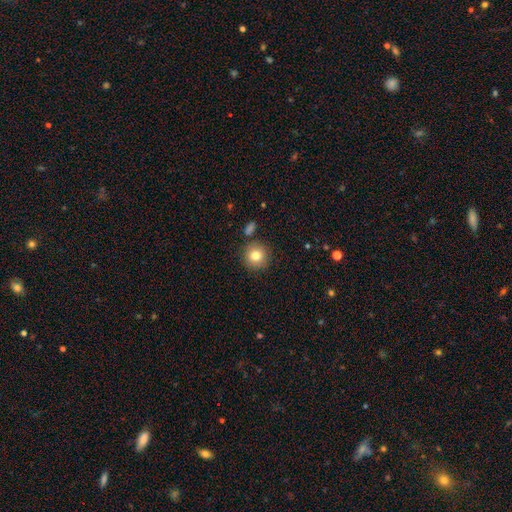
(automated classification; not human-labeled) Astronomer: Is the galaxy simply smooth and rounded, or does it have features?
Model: smooth — 81%.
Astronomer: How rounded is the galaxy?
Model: round — 93%.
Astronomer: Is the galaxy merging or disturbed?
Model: none — 85%.